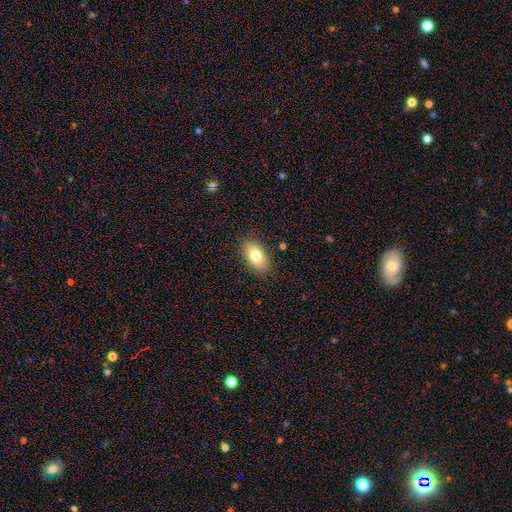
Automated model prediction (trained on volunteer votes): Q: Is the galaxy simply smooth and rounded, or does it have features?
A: smooth — 77%.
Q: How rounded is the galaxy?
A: in between — 91%.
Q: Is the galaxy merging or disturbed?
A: none — 86%.